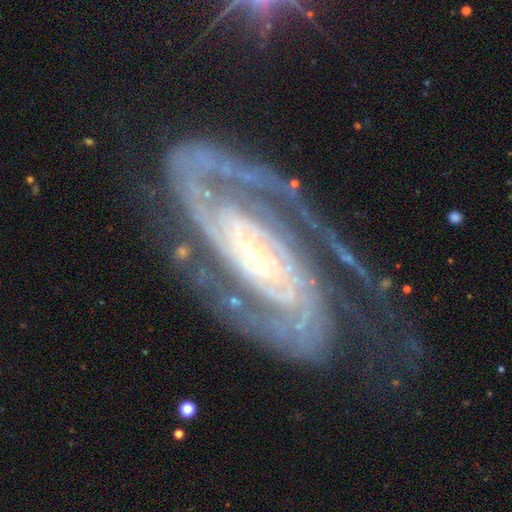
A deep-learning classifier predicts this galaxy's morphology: This is clearly a featured or disk galaxy (92%). It is clearly not viewed edge-on (96%). Bar: possibly no (50%). Spiral arm pattern: clearly yes (98%). Spiral arm count: clearly 2 (82%). Spiral winding: possibly tight (57%). Central bulge: likely small (80%). Merging: likely none (66%).